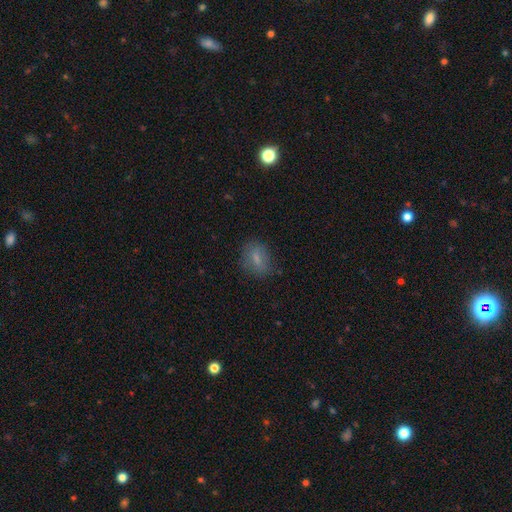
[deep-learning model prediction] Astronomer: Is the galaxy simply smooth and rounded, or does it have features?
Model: smooth — 69%.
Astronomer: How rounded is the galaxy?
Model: in between — 65%.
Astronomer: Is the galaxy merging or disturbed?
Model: none — 74%.